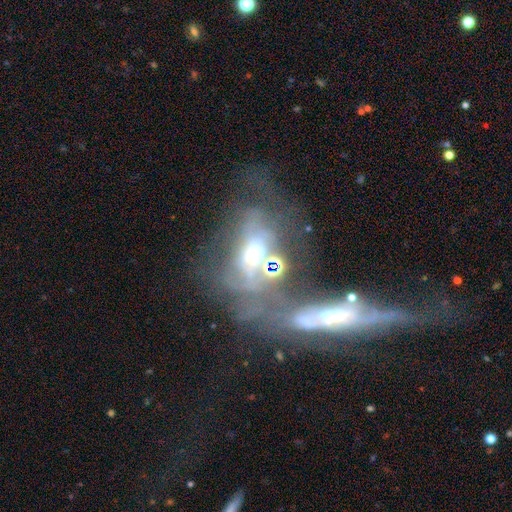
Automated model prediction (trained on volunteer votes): smooth-or-featured: featured or disk: 54% | smooth: 27% | star or artifact: 19%
  disk-edge-on: no: 86% | yes: 14%
  merging: merger: 47% | major disturbance: 30% | none: 14% | minor disturbance: 9%